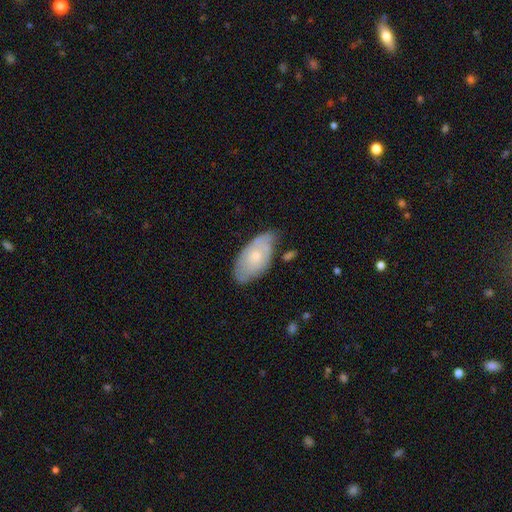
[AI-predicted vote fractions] Q: Smooth or featured?
A: smooth (54%); runner-up: featured or disk (40%)
Q: How rounded?
A: in between (93%); runner-up: round (4%)
Q: Merging?
A: none (55%); runner-up: minor disturbance (34%)